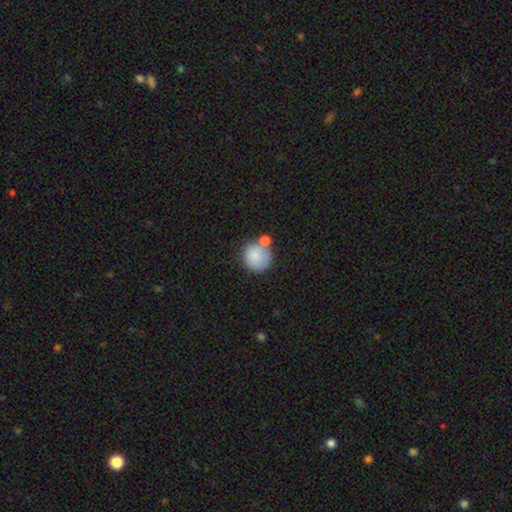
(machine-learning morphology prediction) Overall: smooth (82%). How rounded: round (91%). Merging: none (56%; merger 23%).